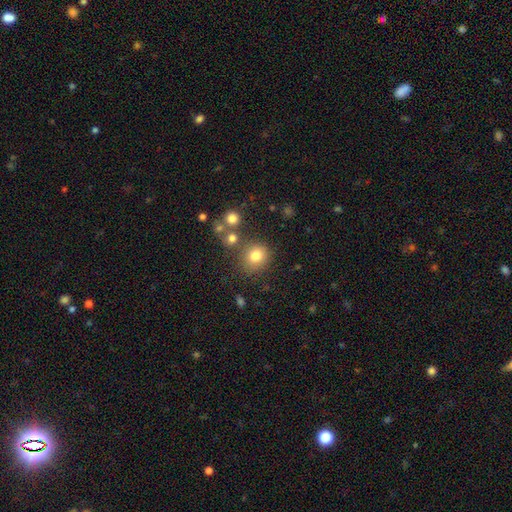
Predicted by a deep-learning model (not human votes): Morphology: type=smooth (78%); roundness=round (84%); merging=none (75%).